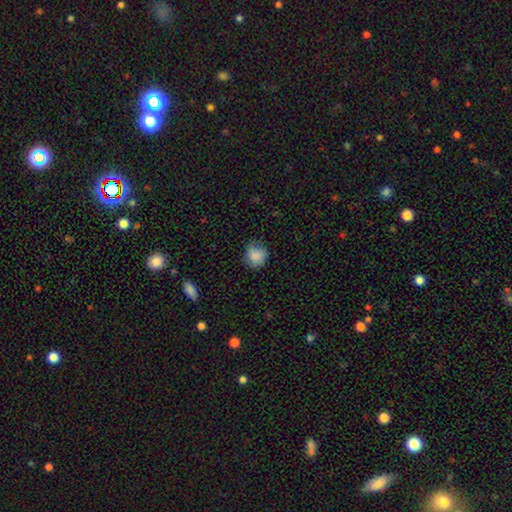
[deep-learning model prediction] The model was most divided on "merging": none: 62%, minor disturbance: 29%, major disturbance: 8%, merger: 1%. More confident: smooth or featured — smooth (85%); how rounded — round (81%).